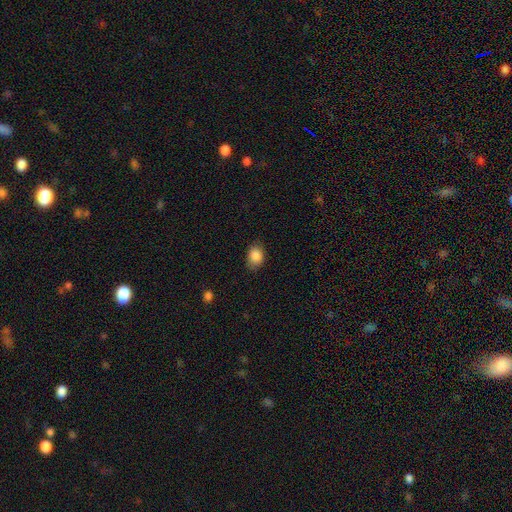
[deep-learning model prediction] Morphology: type=smooth (88%); roundness=in between (71%); merging=none (77%).